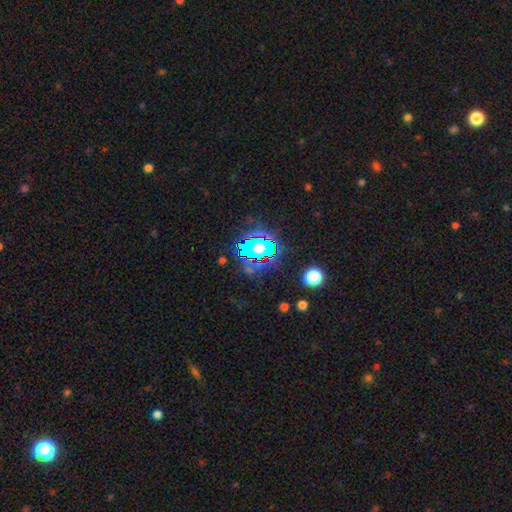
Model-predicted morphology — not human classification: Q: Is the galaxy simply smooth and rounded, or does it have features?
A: star or artifact — 78%.